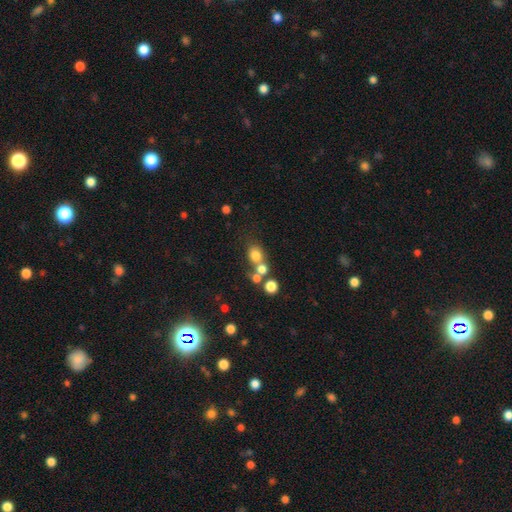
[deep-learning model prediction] Smooth or featured: smooth — 73% (star or artifact — 15%)
How rounded: round — 72% (in between — 27%)
Merging: none — 48% (merger — 36%)